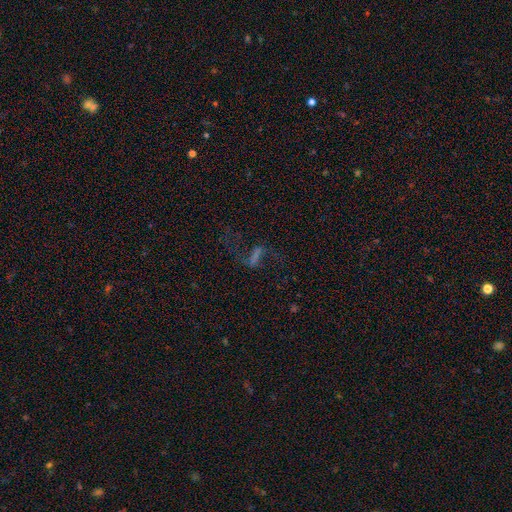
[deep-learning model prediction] smooth-or-featured: featured or disk: 57% | star or artifact: 25% | smooth: 18%
  disk-edge-on: no: 91% | yes: 9%
    bar: strong: 47% | weak: 31% | no: 22%
    has-spiral-arms: yes: 73% | no: 27%
    bulge-size: none: 66% | small: 18% | moderate: 9% | large: 4% | dominant: 2%
  merging: none: 60% | major disturbance: 24% | minor disturbance: 13% | merger: 4%